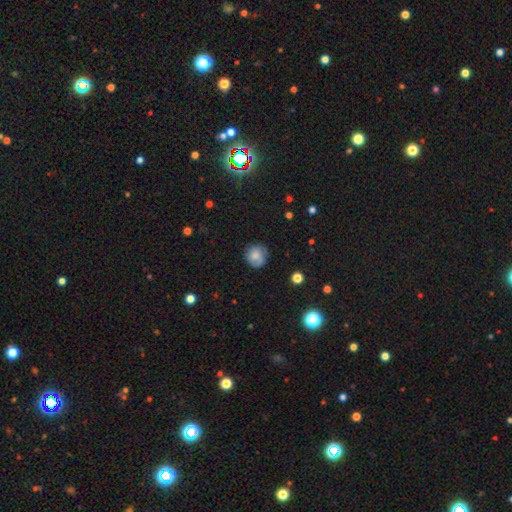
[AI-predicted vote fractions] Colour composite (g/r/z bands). It shows a smooth galaxy with no disk features (75%) that is round (88%). Merging: none (76%).